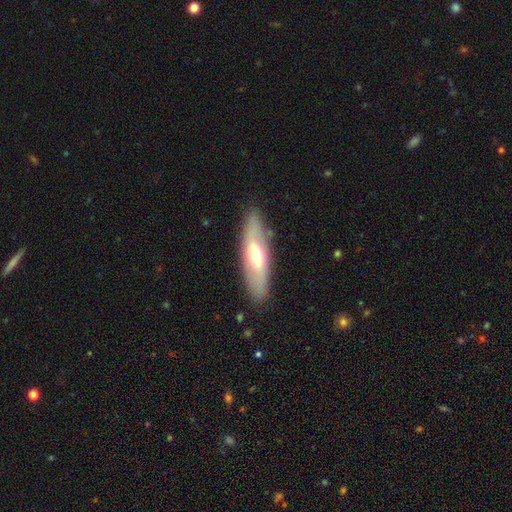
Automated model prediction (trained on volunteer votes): Morphology: type=featured or disk (50%); merging=none (84%).